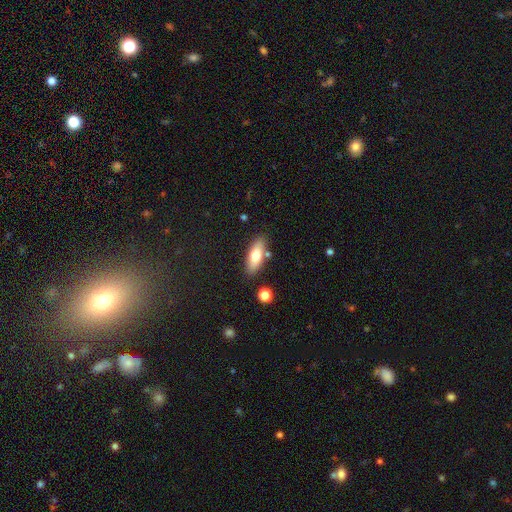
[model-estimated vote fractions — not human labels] This appears to be a smooth galaxy with no disk features (71%) that is in between round and cigar-shaped (70%). Merging: none (80%).